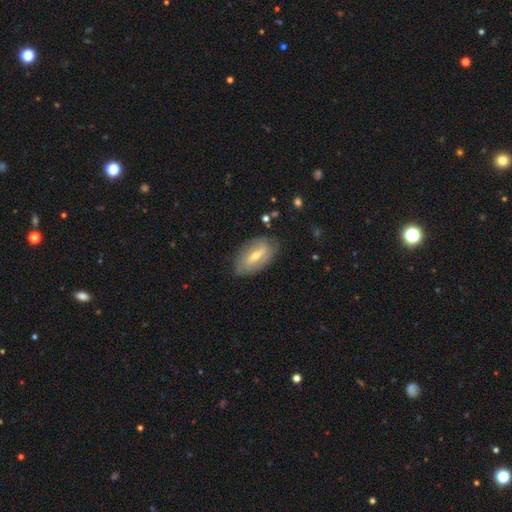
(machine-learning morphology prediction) This appears to be a featured or disk galaxy (58%). Merging: none (79%).